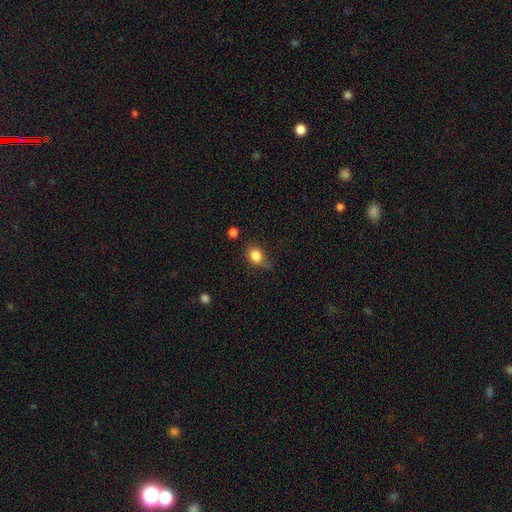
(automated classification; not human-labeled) The model was most divided on "how rounded": round: 57%, in between: 42%, cigar-shaped: 1%. More confident: smooth or featured — smooth (84%); merging — none (62%).